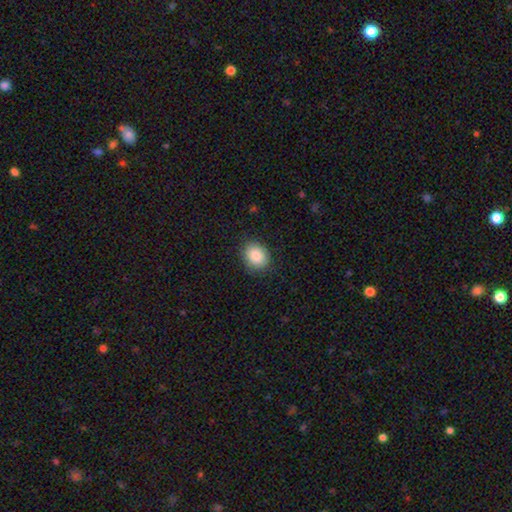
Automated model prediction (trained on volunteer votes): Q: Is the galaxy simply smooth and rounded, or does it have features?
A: smooth — 87%.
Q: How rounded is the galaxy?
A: round — 54%.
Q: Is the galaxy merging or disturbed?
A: none — 87%.